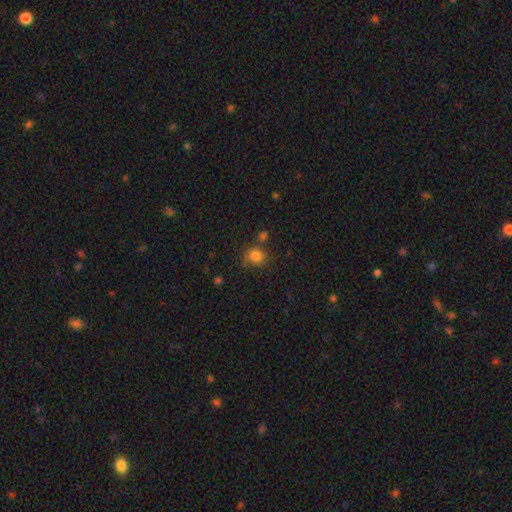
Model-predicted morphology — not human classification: A smooth galaxy with no disk features (82%) that is round (81%).

Vote fractions:
- Smooth or featured? smooth: 82% / star or artifact: 13% / featured or disk: 5%
- How rounded? round: 81% / in between: 18% / cigar-shaped: 1%
- Merging? none: 70% / minor disturbance: 14% / merger: 11% / major disturbance: 4%